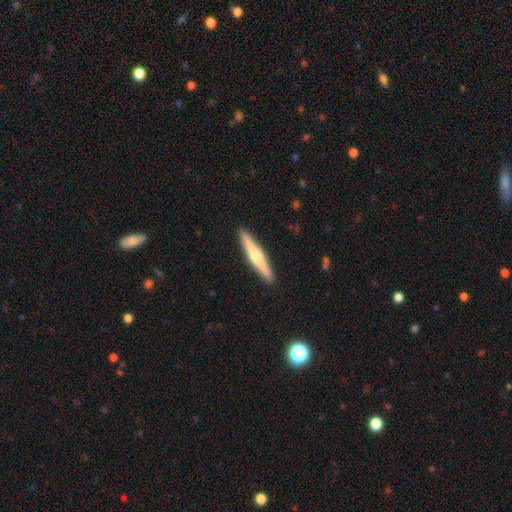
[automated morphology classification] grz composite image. It shows a featured or disk galaxy (55%) viewed edge-on (97%) with a rounded central bulge (80%). Merging: none (92%).